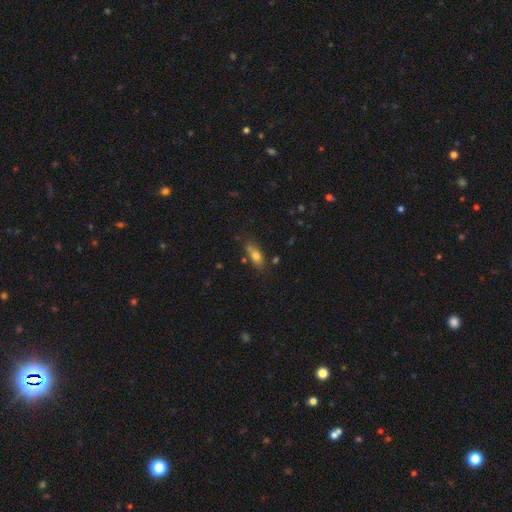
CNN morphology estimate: This is likely a smooth galaxy (73%). How rounded: likely in between (75%). Merging: likely none (61%).